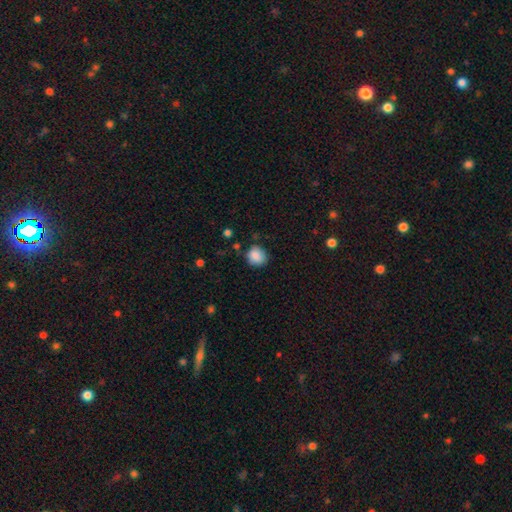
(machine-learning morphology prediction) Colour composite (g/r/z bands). It shows a smooth galaxy with no disk features (87%) that is round (72%). Merging: none (74%).